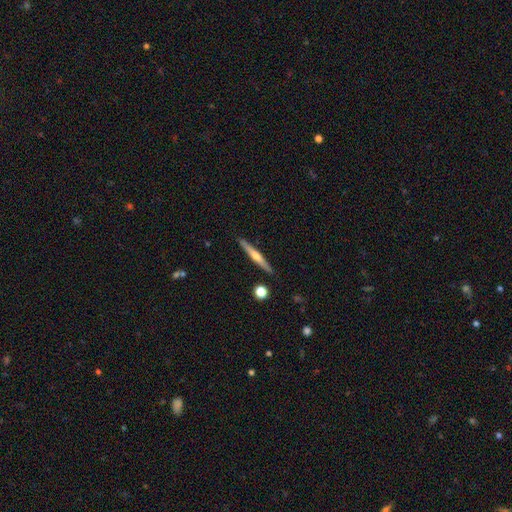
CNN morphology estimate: This appears to be a featured or disk galaxy (60%) viewed edge-on (97%) with a rounded central bulge (82%). Merging: none (90%).